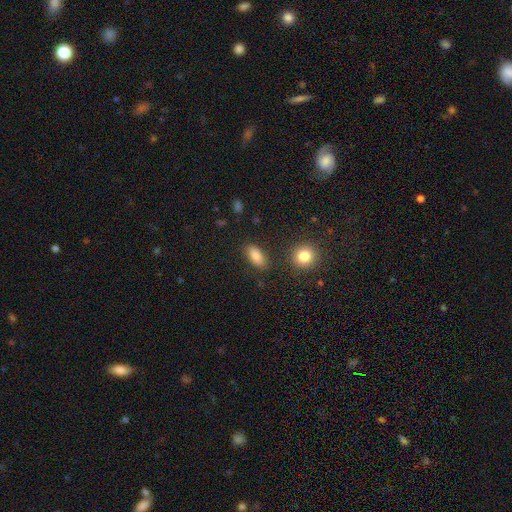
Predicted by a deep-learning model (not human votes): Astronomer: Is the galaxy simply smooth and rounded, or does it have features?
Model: smooth — 85%.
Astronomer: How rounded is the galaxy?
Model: in between — 87%.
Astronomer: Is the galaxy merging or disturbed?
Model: none — 84%.